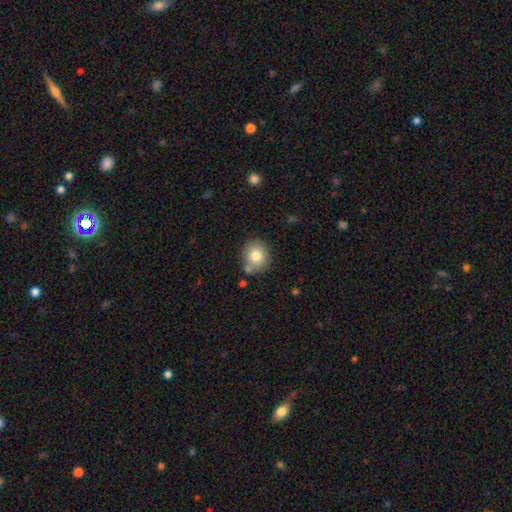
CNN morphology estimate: Smooth or featured? Predicted: smooth (p=0.79). How rounded? Predicted: round (p=0.79). Merging? Predicted: none (p=0.72).